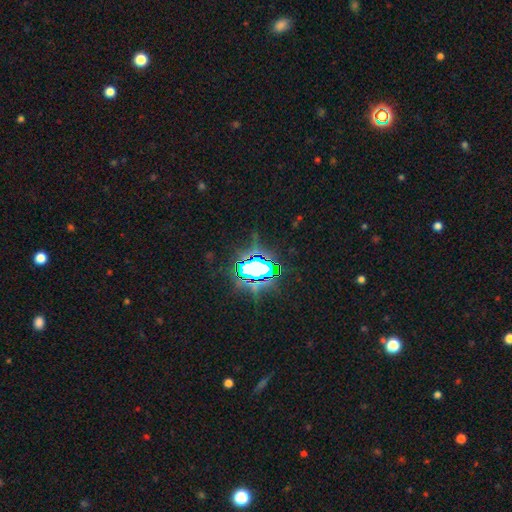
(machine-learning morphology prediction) This appears to be a star or artifact, not a galaxy (82%).